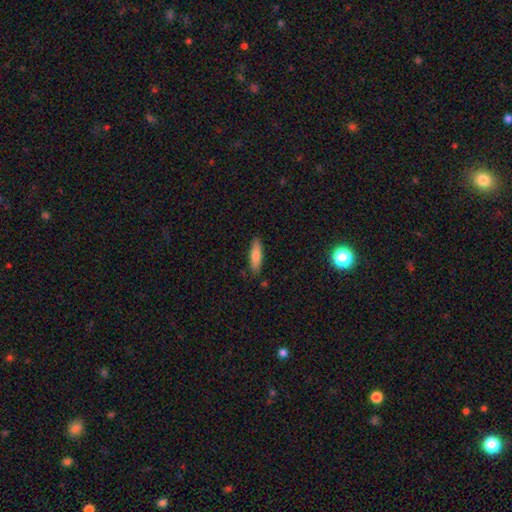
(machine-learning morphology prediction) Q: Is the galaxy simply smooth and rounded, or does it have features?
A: smooth — 76%.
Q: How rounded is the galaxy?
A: cigar-shaped — 58%.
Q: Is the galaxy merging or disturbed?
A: none — 85%.